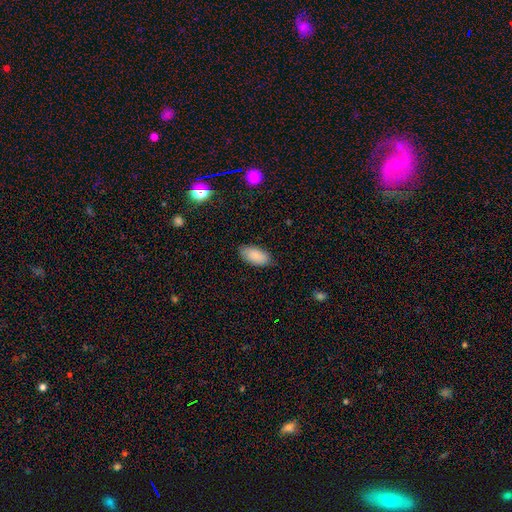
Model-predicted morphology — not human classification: smooth-or-featured: smooth: 87% | featured or disk: 7% | star or artifact: 7%
  how-rounded: in between: 94% | cigar-shaped: 4% | round: 2%
  merging: none: 80% | minor disturbance: 16% | major disturbance: 3% | merger: 1%